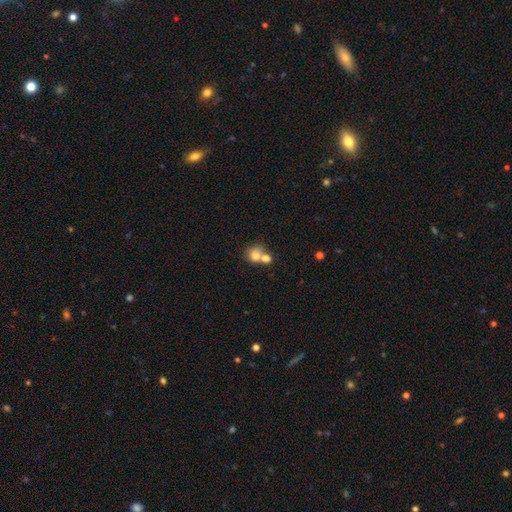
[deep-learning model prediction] This is likely a smooth galaxy (76%). How rounded: likely round (77%). Merging: possibly merger (55%).